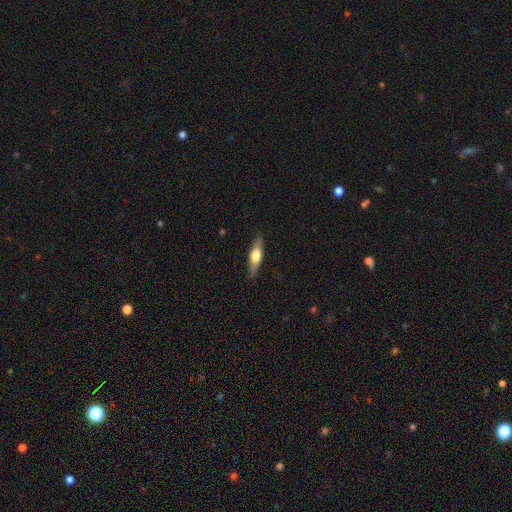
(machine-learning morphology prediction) type=smooth (48%); merging=none (88%).